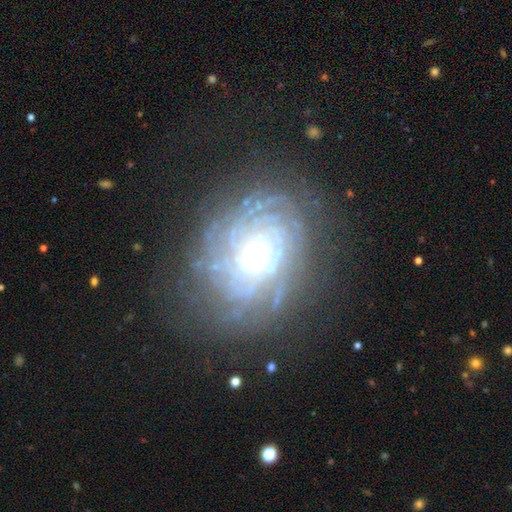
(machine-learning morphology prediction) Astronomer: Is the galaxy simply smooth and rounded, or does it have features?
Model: featured or disk — 85%.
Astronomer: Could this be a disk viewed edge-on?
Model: no — 96%.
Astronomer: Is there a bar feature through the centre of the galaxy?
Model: no — 68%.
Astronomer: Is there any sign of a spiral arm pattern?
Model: yes — 96%.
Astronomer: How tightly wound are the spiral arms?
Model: tight — 82%.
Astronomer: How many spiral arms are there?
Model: can't tell — 36% (runner-up: more than 4, 29%).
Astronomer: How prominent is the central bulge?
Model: small — 49% (runner-up: moderate, 45%).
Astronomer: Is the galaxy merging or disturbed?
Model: none — 76%.